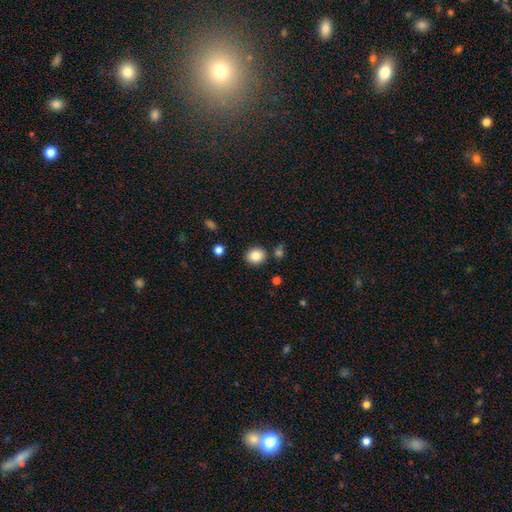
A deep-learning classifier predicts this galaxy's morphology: Smooth or featured: smooth — 86% (star or artifact — 10%)
How rounded: round — 66% (in between — 33%)
Merging: none — 83% (minor disturbance — 10%)